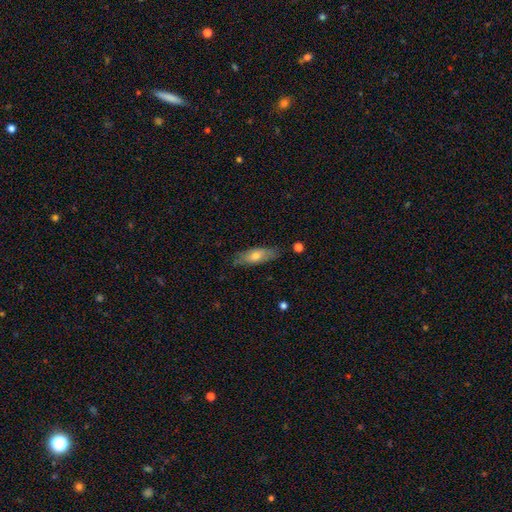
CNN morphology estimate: A smooth galaxy with no disk features (63%) that is in between round and cigar-shaped (58%).

Vote fractions:
- Smooth or featured? smooth: 63% / featured or disk: 31% / star or artifact: 6%
- How rounded? in between: 58% / cigar-shaped: 39% / round: 3%
- Merging? none: 80% / minor disturbance: 15% / major disturbance: 3% / merger: 2%